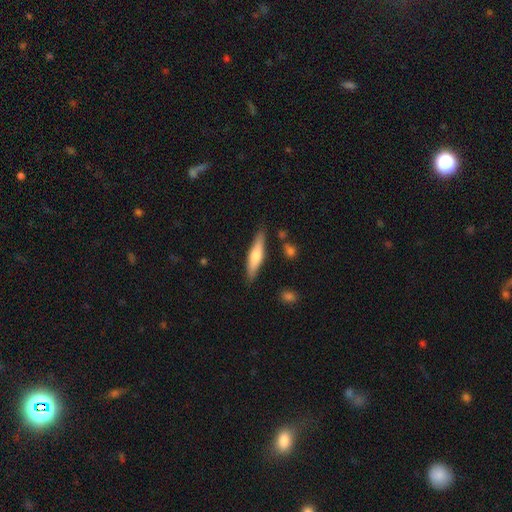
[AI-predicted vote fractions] This is possibly a smooth galaxy (54%). How rounded: likely cigar-shaped (75%). Merging: clearly none (84%).